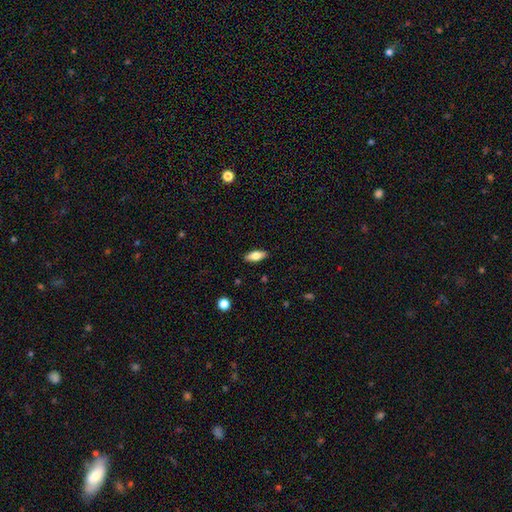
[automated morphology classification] This appears to be a smooth galaxy with no disk features (71%) that is in between round and cigar-shaped (77%). Merging: none (89%).